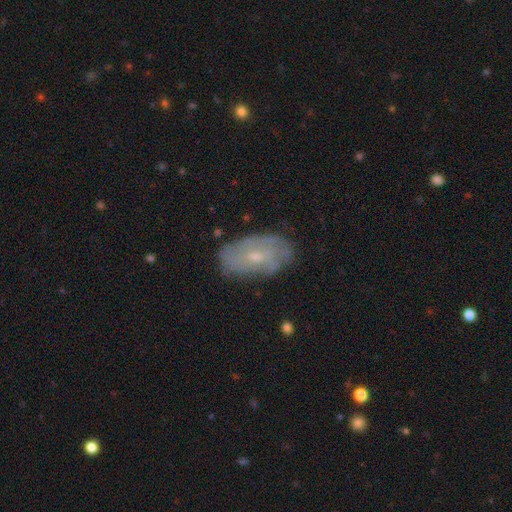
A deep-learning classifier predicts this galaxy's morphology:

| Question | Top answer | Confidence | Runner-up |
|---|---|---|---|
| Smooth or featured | featured or disk | 59% | smooth (32%) |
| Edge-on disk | no | 92% | yes (8%) |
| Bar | no | 62% | weak (32%) |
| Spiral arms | yes | 69% | no (31%) |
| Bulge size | small | 61% | moderate (34%) |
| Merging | none | 77% | minor disturbance (17%) |